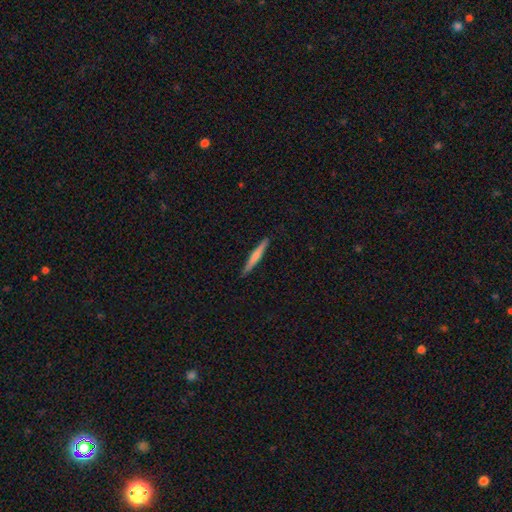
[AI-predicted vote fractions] Overall: smooth (55%; featured or disk 40%). How rounded: cigar-shaped (96%). Merging: none (91%).